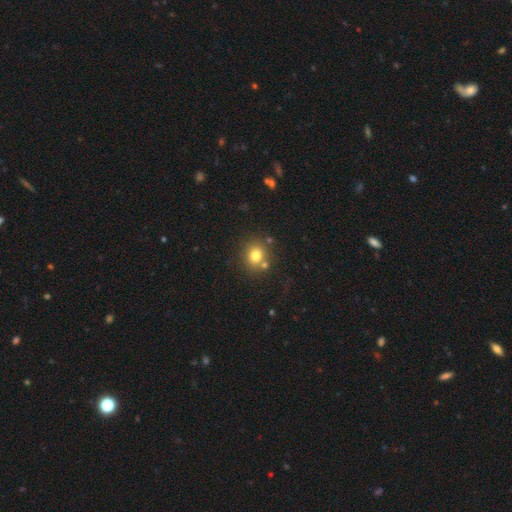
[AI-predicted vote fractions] A smooth galaxy with no disk features (77%) that is round (79%).

Vote fractions:
- Smooth or featured? smooth: 77% / star or artifact: 14% / featured or disk: 9%
- How rounded? round: 79% / in between: 20% / cigar-shaped: 1%
- Merging? none: 72% / merger: 15% / minor disturbance: 10% / major disturbance: 4%